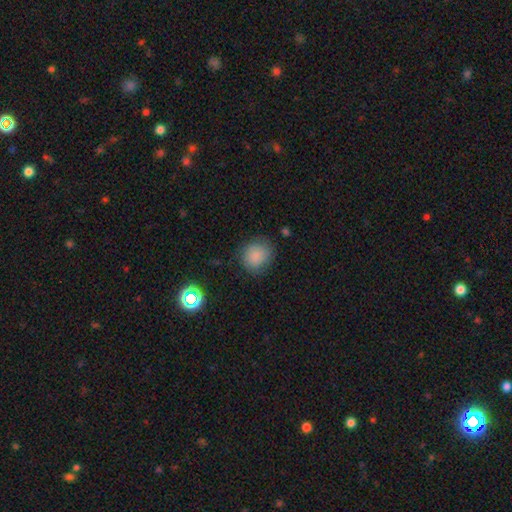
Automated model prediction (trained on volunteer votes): The model was most divided on "how rounded": round: 81%, in between: 19%, cigar-shaped: 1%. More confident: smooth or featured — smooth (84%); merging — none (79%).